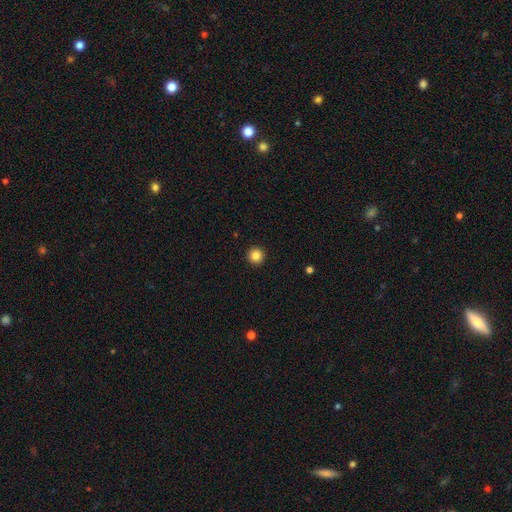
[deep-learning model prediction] The model was most divided on "smooth or featured": smooth: 85%, star or artifact: 11%, featured or disk: 5%. More confident: how rounded — round (96%); merging — none (94%).